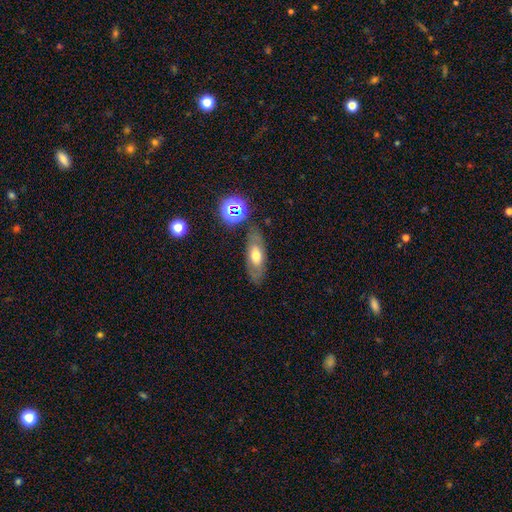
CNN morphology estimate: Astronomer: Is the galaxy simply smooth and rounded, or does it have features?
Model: smooth — 50% (runner-up: featured or disk, 37%).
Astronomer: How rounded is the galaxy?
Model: in between — 78%.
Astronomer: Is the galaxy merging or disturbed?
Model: none — 76%.